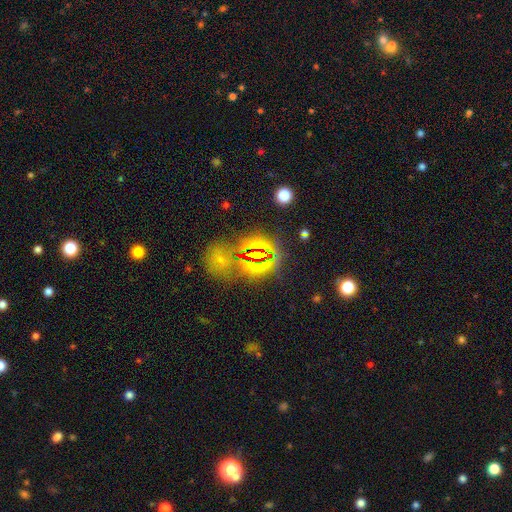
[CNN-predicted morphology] The model was most divided on "smooth or featured": star or artifact: 68%, smooth: 22%, featured or disk: 10%.